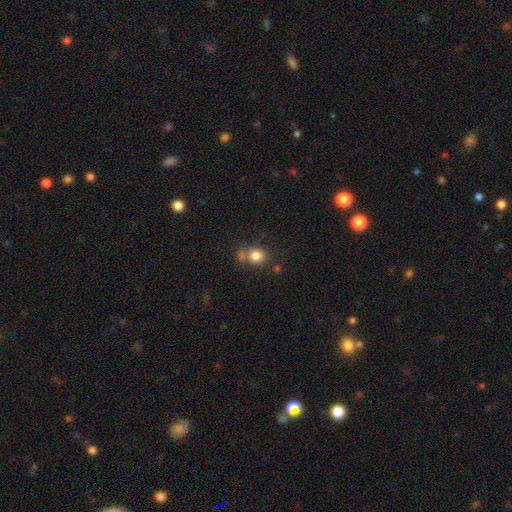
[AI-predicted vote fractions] smooth 82%, star or artifact 11%, featured or disk 7%. Down the decision tree: how rounded — round (82%); merging — none (57%).